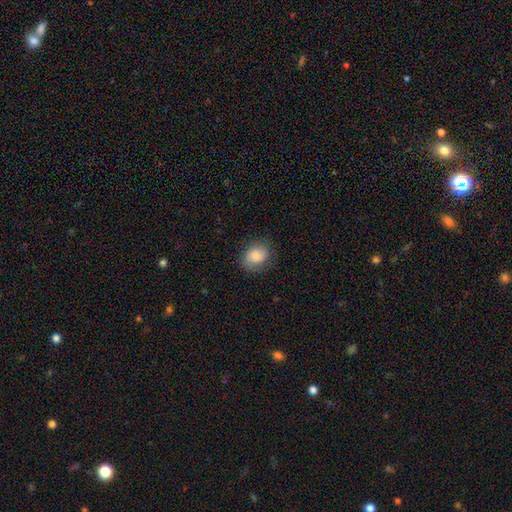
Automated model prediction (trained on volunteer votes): A smooth galaxy with no disk features (76%) that is in between round and cigar-shaped (54%). Merging: none (74%).